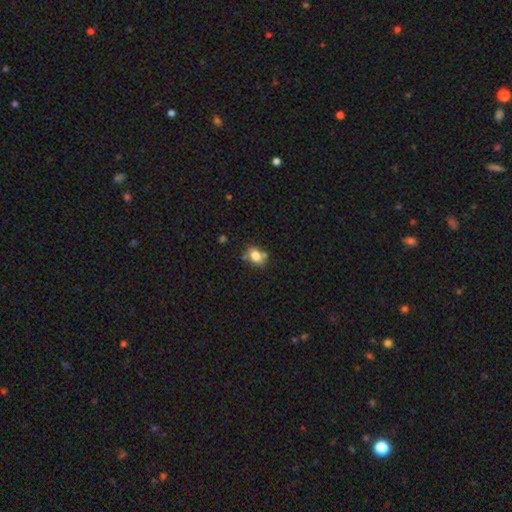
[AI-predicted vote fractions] A smooth galaxy with no disk features (79%) that is in between round and cigar-shaped (71%).

Vote fractions:
- Smooth or featured? smooth: 79% / featured or disk: 11% / star or artifact: 10%
- How rounded? in between: 71% / round: 27% / cigar-shaped: 2%
- Merging? none: 65% / minor disturbance: 18% / merger: 13% / major disturbance: 4%